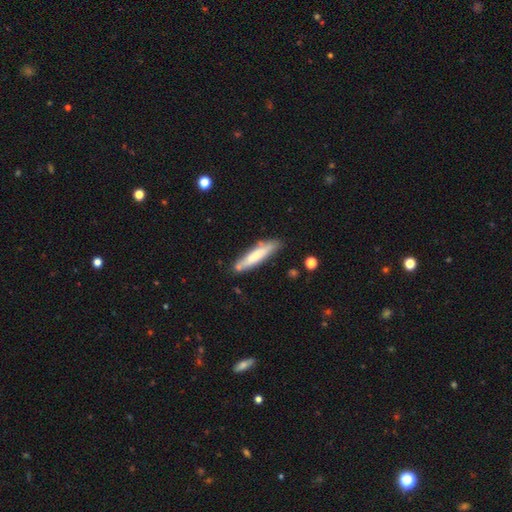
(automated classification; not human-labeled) Morphology: type=smooth (68%); roundness=cigar-shaped (85%); merging=none (75%).